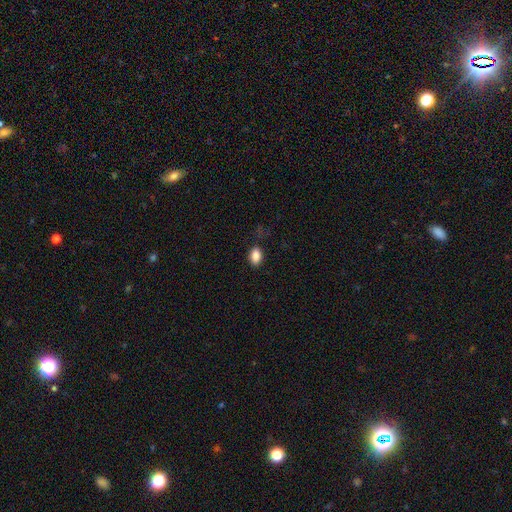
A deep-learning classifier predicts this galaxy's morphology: Q: Smooth or featured?
A: smooth (87%); runner-up: star or artifact (9%)
Q: How rounded?
A: in between (87%); runner-up: round (11%)
Q: Merging?
A: none (80%); runner-up: minor disturbance (15%)